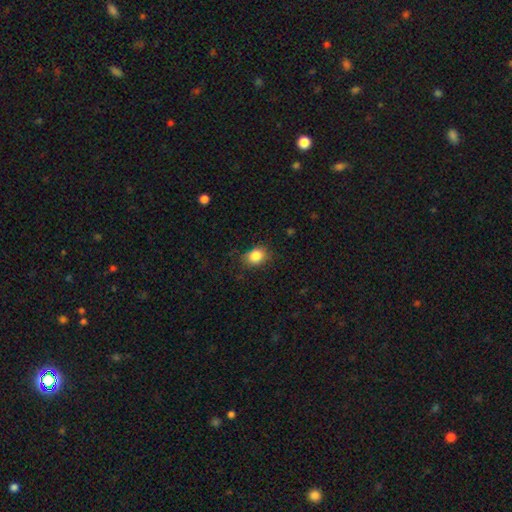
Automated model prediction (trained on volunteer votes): Smooth or featured?
  - smooth: 84% *
  - star or artifact: 10%
  - featured or disk: 6%
How rounded?
  - round: 51% *
  - in between: 48%
  - cigar-shaped: 1%
Merging?
  - none: 79% *
  - minor disturbance: 16%
  - major disturbance: 4%
  - merger: 1%